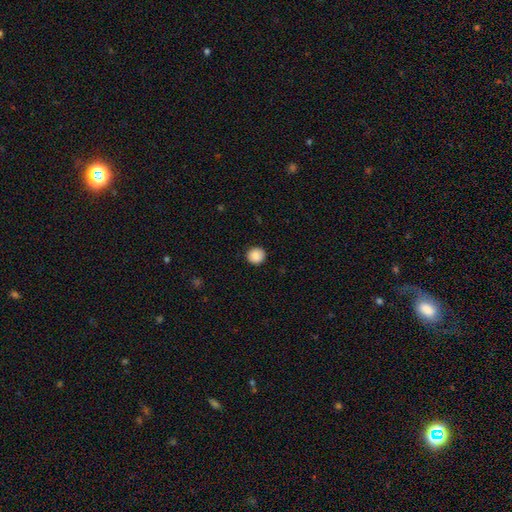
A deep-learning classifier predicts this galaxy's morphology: This is clearly a smooth galaxy (89%). How rounded: clearly round (93%). Merging: clearly none (92%).